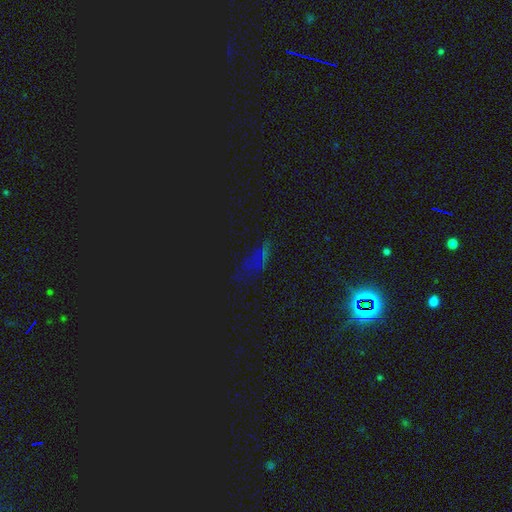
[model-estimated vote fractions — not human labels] star or artifact 64%, smooth 24%, featured or disk 12%.